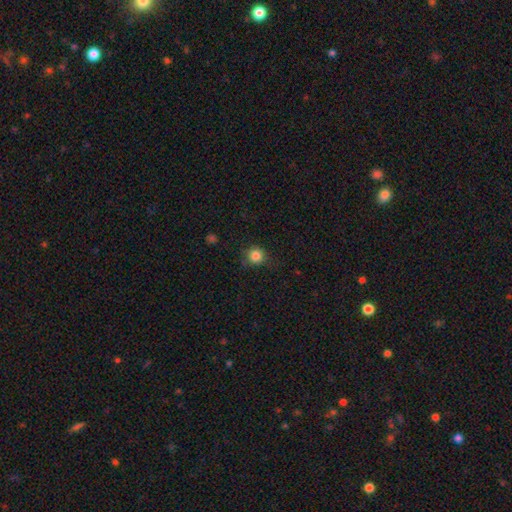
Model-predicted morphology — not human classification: Smooth or featured? Predicted: smooth (p=0.84). How rounded? Predicted: round (p=0.92). Merging? Predicted: none (p=0.78).